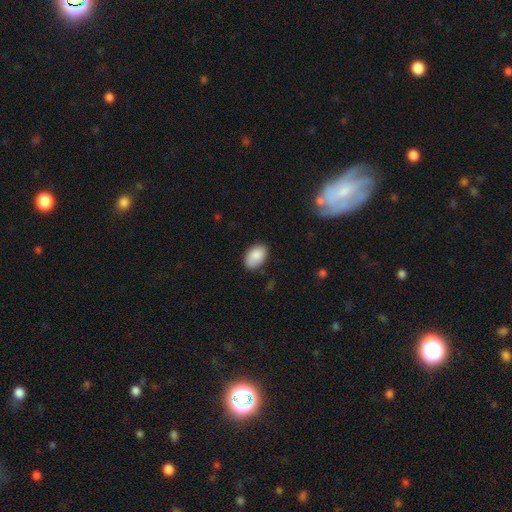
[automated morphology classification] A smooth galaxy with no disk features (88%) that is in between round and cigar-shaped (89%). Merging: none (81%).